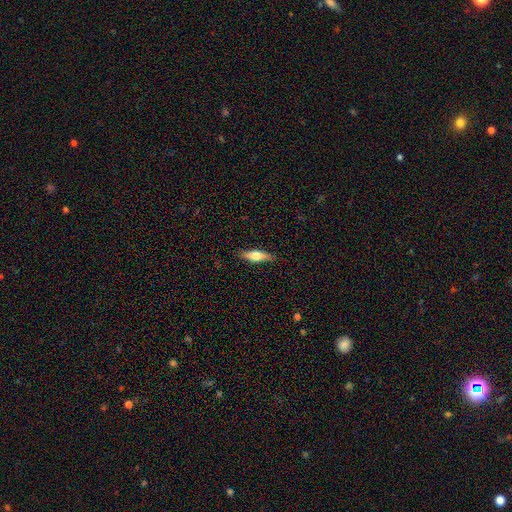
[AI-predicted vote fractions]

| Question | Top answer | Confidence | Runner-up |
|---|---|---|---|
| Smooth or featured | smooth | 57% | featured or disk (37%) |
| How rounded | cigar-shaped | 57% | in between (40%) |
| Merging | none | 87% | minor disturbance (10%) |